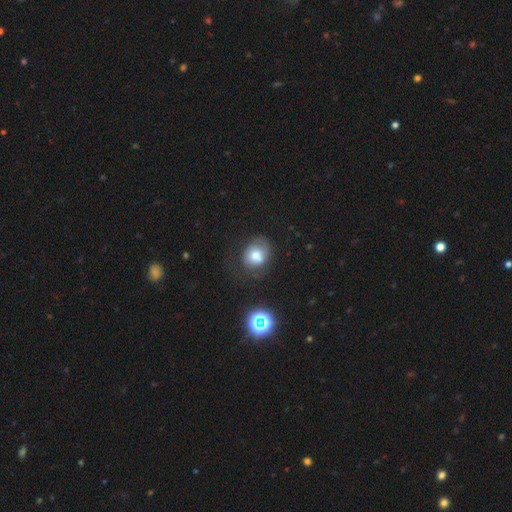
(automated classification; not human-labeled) smooth 69%, featured or disk 18%, star or artifact 13%. Down the decision tree: how rounded — round (58%); merging — none (49%).